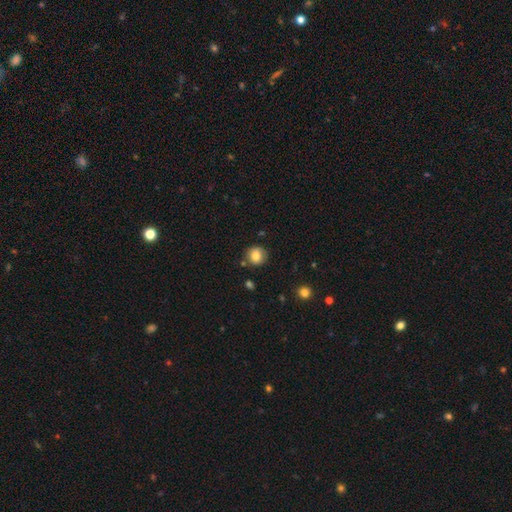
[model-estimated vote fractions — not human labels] Overall: smooth (81%). How rounded: round (88%). Merging: none (81%).